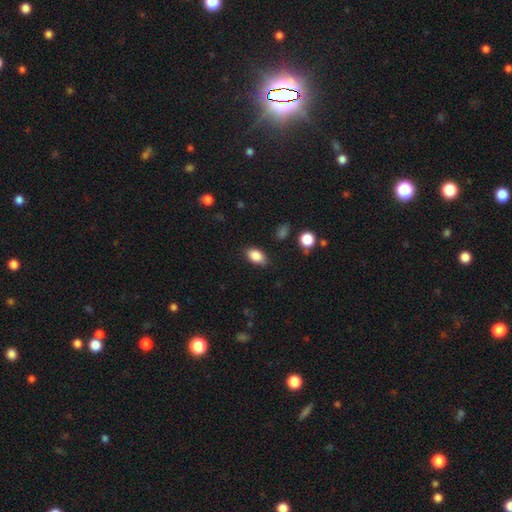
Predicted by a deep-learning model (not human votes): smooth 86%, star or artifact 9%, featured or disk 5%. Down the decision tree: how rounded — in between (87%); merging — none (78%).